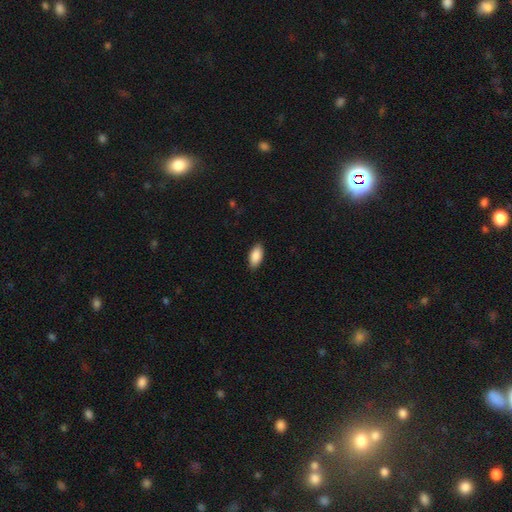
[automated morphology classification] Overall: smooth (90%). How rounded: in between (93%). Merging: none (87%).